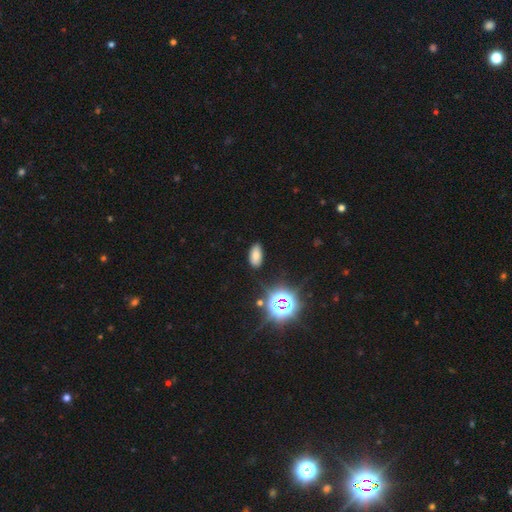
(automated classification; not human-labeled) This appears to be a smooth galaxy with no disk features (72%) that is in between round and cigar-shaped (91%). Merging: none (85%).